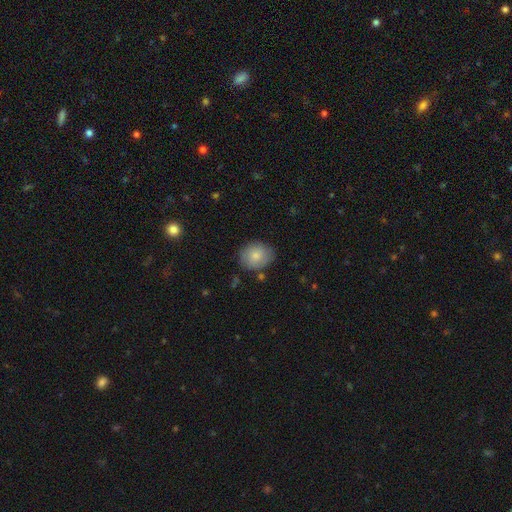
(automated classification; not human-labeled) Smooth or featured? Predicted: smooth (p=0.78). How rounded? Predicted: round (p=0.62). Merging? Predicted: none (p=0.76).